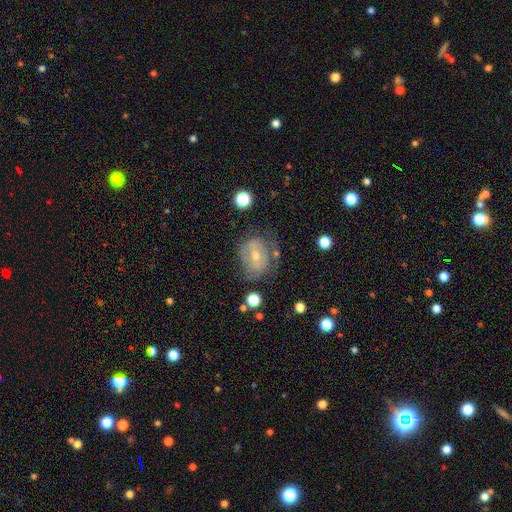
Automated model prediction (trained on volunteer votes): featured or disk 62%, smooth 27%, star or artifact 11%. Down the decision tree: edge-on disk — no (95%); bar — no (59%); spiral arms — yes (60%); bulge size — small (50%); merging — none (57%).